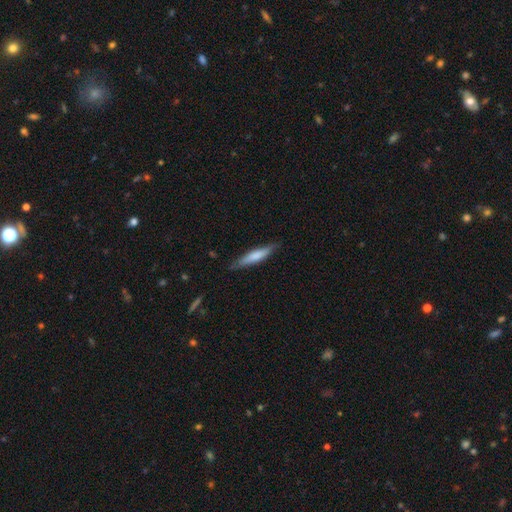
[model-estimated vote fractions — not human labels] This appears to be a smooth galaxy with no disk features (65%) that is cigar-shaped (88%). Merging: none (82%).